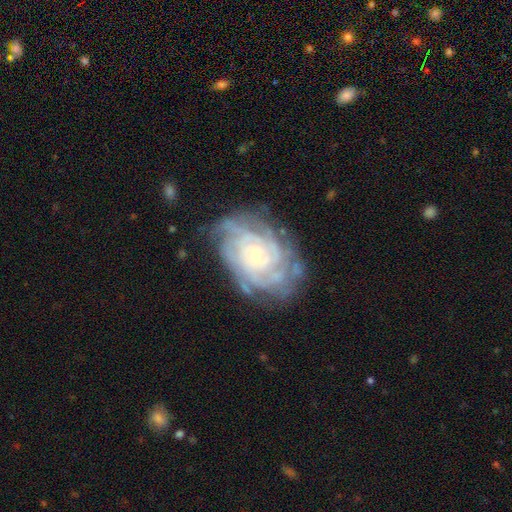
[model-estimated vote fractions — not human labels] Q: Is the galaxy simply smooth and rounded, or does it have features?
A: featured or disk — 88%.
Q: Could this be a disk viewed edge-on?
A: no — 97%.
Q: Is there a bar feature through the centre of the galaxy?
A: no — 74%.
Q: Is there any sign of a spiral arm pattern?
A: yes — 97%.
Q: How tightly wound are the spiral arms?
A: tight — 77%.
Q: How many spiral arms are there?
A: can't tell — 30%.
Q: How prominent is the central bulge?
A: small — 69%.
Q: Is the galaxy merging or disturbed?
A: none — 72%.